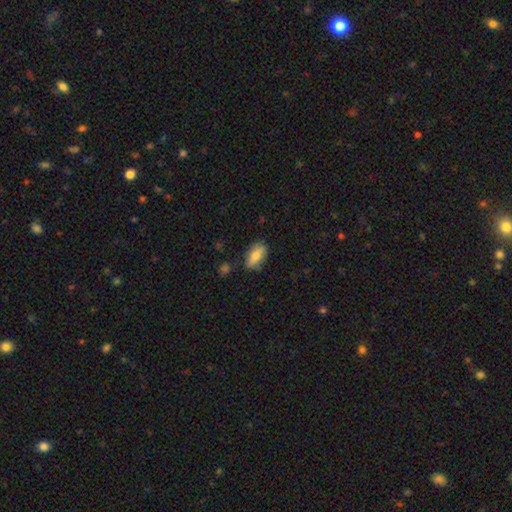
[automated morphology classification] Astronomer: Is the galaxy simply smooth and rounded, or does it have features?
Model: smooth — 73%.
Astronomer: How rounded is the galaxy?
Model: in between — 88%.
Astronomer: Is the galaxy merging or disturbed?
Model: none — 72%.